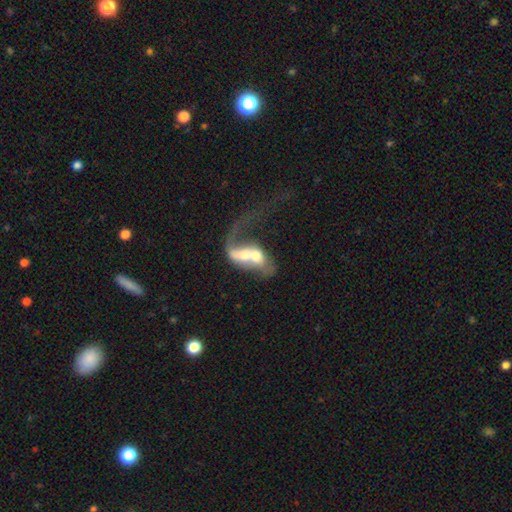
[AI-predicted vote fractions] smooth-or-featured: featured or disk: 55% | smooth: 37% | star or artifact: 8%
  disk-edge-on: no: 93% | yes: 7%
    bar: no: 68% | weak: 23% | strong: 9%
    has-spiral-arms: yes: 53% | no: 47%
    bulge-size: moderate: 47% | large: 29% | small: 11% | none: 7% | dominant: 6%
  merging: merger: 72% | major disturbance: 17% | none: 7% | minor disturbance: 4%